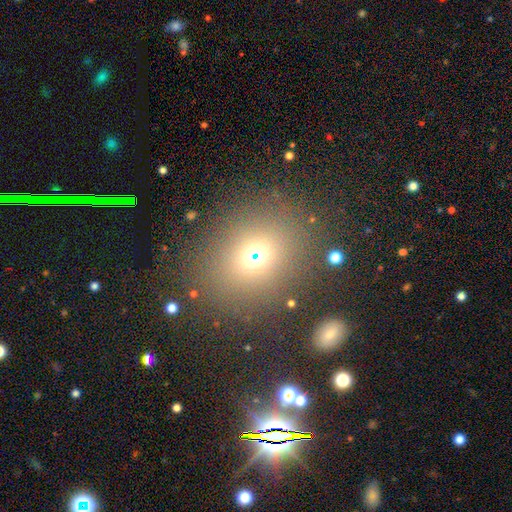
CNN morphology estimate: A smooth galaxy with no disk features (55%) that is round (59%). Merging: none (71%).